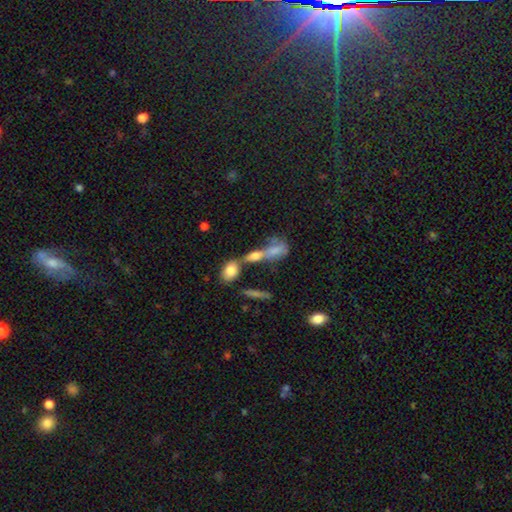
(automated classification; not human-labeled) Morphology: type=smooth (63%); roundness=in between (60%); merging=merger (51%).